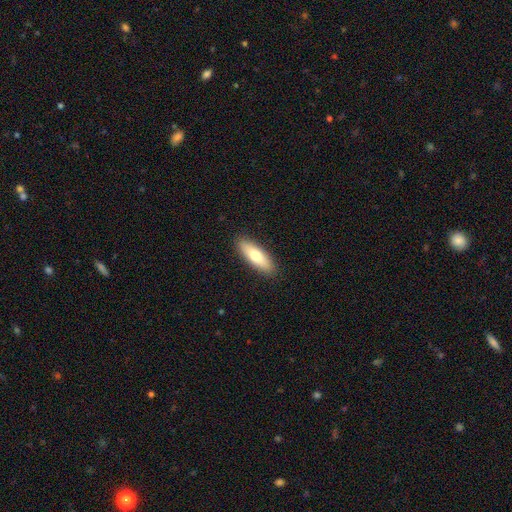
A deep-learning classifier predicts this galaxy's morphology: Q: Smooth or featured?
A: smooth (70%); runner-up: featured or disk (24%)
Q: How rounded?
A: in between (53%); runner-up: cigar-shaped (44%)
Q: Merging?
A: none (90%); runner-up: minor disturbance (8%)